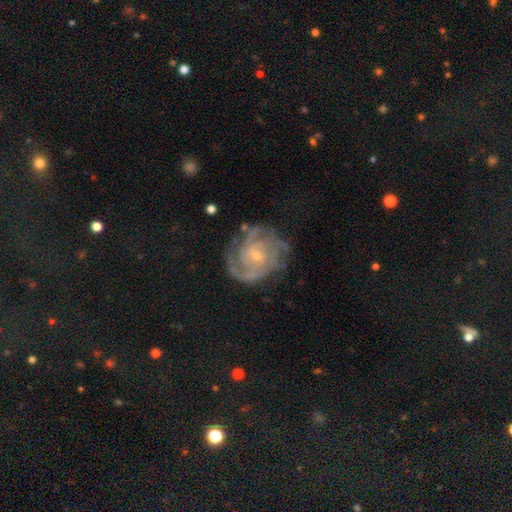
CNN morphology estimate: Q: Smooth or featured?
A: featured or disk (87%); runner-up: smooth (7%)
Q: Edge-on disk?
A: no (98%); runner-up: yes (2%)
Q: Bar?
A: no (65%); runner-up: weak (29%)
Q: Spiral arms?
A: yes (96%); runner-up: no (4%)
Q: Spiral winding?
A: tight (60%); runner-up: medium (32%)
Q: Spiral arm count?
A: can't tell (27%); runner-up: 3 (25%)
Q: Bulge size?
A: small (71%); runner-up: moderate (25%)
Q: Merging?
A: none (70%); runner-up: minor disturbance (19%)